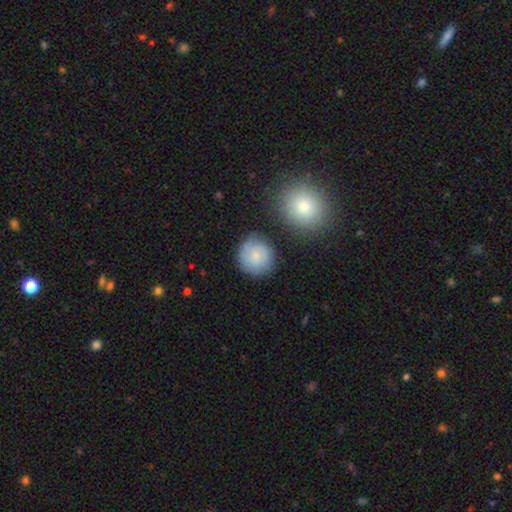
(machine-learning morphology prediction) Smooth or featured? smooth (67%)
How rounded? round (91%)
Merging? none (75%)